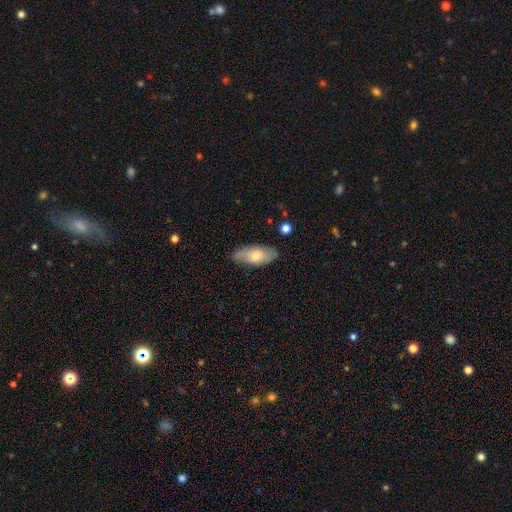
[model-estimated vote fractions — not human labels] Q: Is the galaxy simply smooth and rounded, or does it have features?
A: smooth — 62%.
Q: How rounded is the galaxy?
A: in between — 84%.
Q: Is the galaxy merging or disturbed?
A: none — 77%.